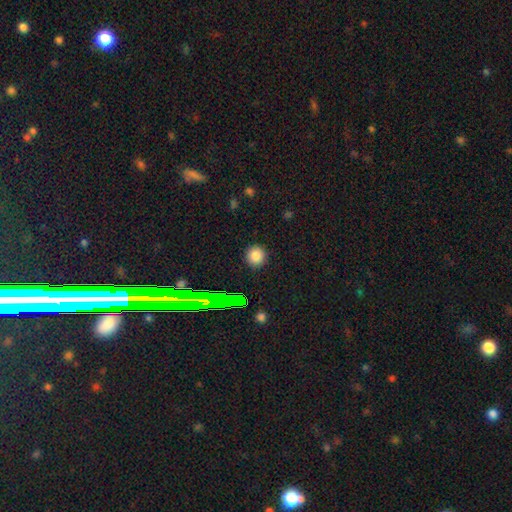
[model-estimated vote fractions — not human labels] smooth_or_featured: smooth (p=0.81) [alt: star or artifact p=0.14]
how_rounded: round (p=0.91) [alt: in between p=0.08]
merging: none (p=0.91) [alt: minor disturbance p=0.06]